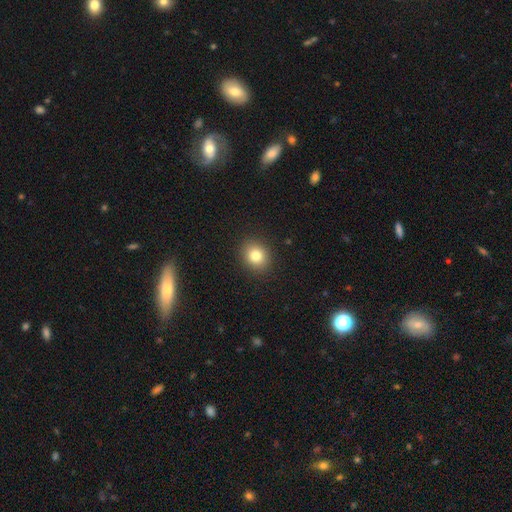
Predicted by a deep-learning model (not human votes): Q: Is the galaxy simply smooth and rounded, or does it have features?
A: smooth — 81%.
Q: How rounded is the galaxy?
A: round — 70%.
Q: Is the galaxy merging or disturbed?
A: none — 90%.